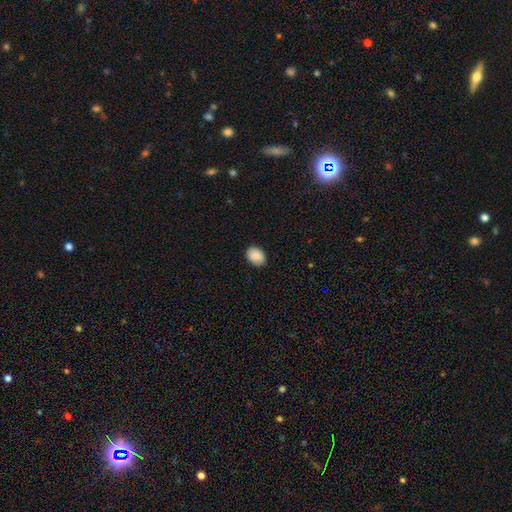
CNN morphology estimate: smooth 89%, star or artifact 7%, featured or disk 4%. Down the decision tree: how rounded — in between (70%); merging — none (84%).